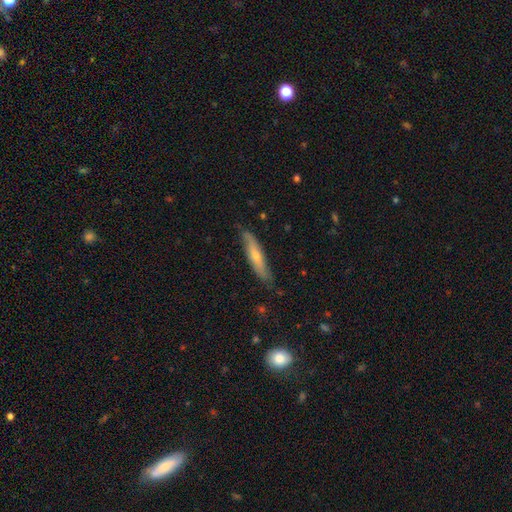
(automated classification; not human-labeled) A smooth galaxy with no disk features (52%) that is cigar-shaped (84%).

Vote fractions:
- Smooth or featured? smooth: 52% / featured or disk: 43% / star or artifact: 6%
- How rounded? cigar-shaped: 84% / in between: 14% / round: 2%
- Merging? none: 76% / minor disturbance: 20% / major disturbance: 3% / merger: 1%